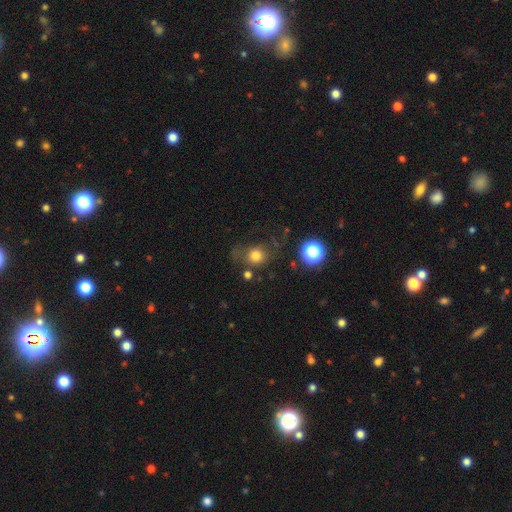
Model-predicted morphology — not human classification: smooth 74%, star or artifact 16%, featured or disk 9%. Down the decision tree: how rounded — round (79%); merging — none (61%).